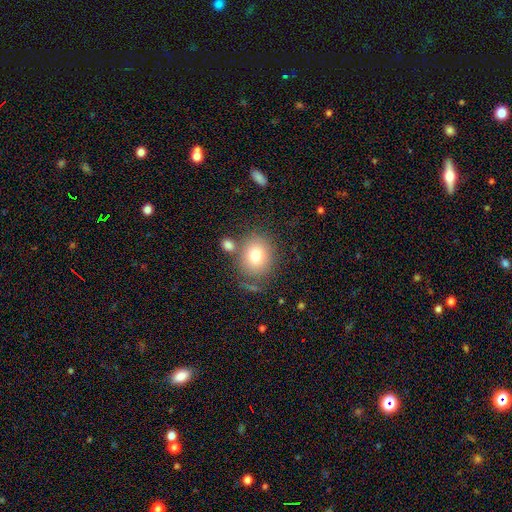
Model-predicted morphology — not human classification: Smooth or featured? Predicted: smooth (p=0.76). How rounded? Predicted: round (p=0.69). Merging? Predicted: none (p=0.70).